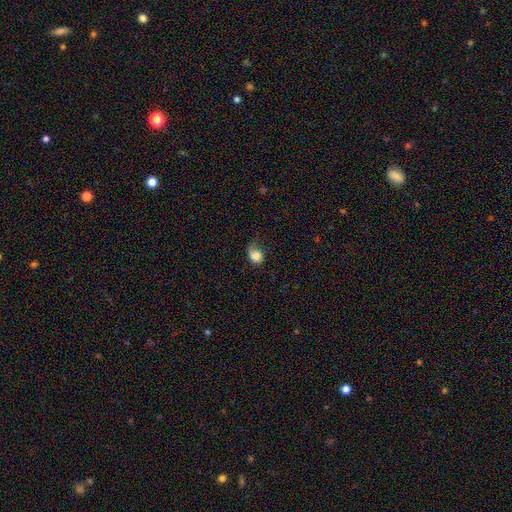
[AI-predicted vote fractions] Smooth or featured? Predicted: smooth (p=0.82). How rounded? Predicted: round (p=0.56). Merging? Predicted: none (p=0.38).